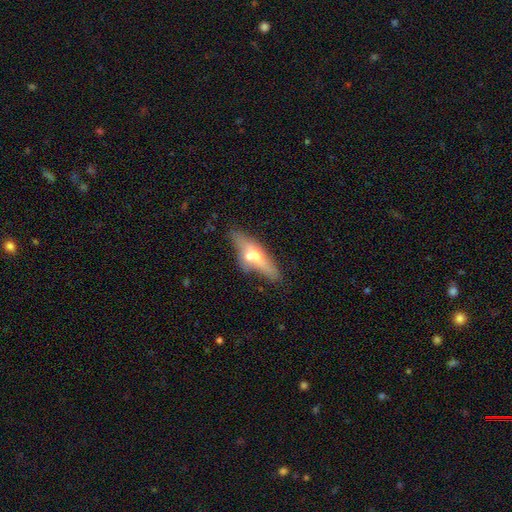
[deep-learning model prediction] The model was most divided on "smooth or featured": featured or disk: 51%, smooth: 42%, star or artifact: 7%. More confident: edge-on disk — yes (75%); merging — none (52%).